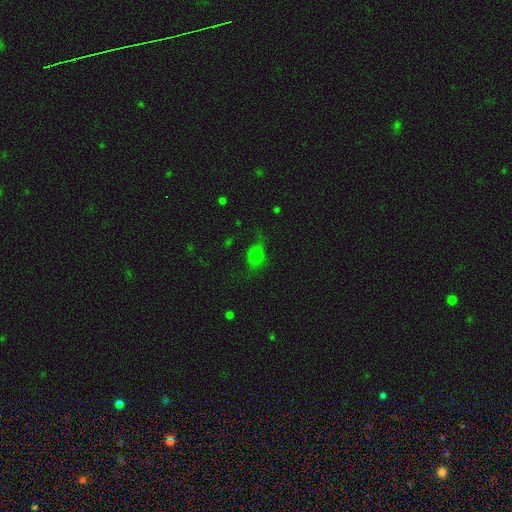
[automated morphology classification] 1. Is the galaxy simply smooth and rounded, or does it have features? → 70% smooth, 18% star or artifact, 12% featured or disk.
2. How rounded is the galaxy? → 70% in between, 27% round, 3% cigar-shaped.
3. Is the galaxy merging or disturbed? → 43% none, 28% minor disturbance, 26% major disturbance, 3% merger.